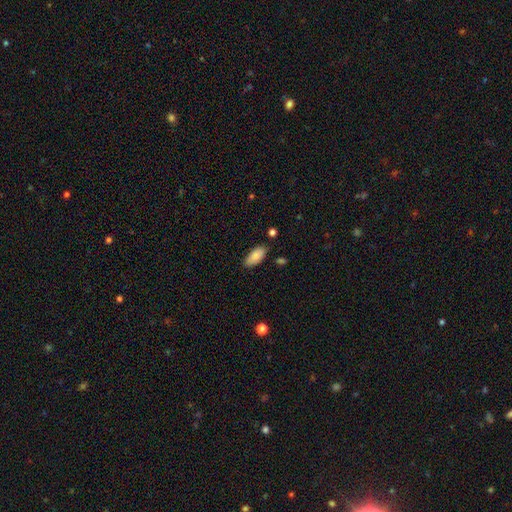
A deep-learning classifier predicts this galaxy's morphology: A smooth galaxy with no disk features (85%) that is in between round and cigar-shaped (89%).

Vote fractions:
- Smooth or featured? smooth: 85% / featured or disk: 8% / star or artifact: 7%
- How rounded? in between: 89% / cigar-shaped: 9% / round: 2%
- Merging? none: 81% / minor disturbance: 14% / major disturbance: 3% / merger: 2%